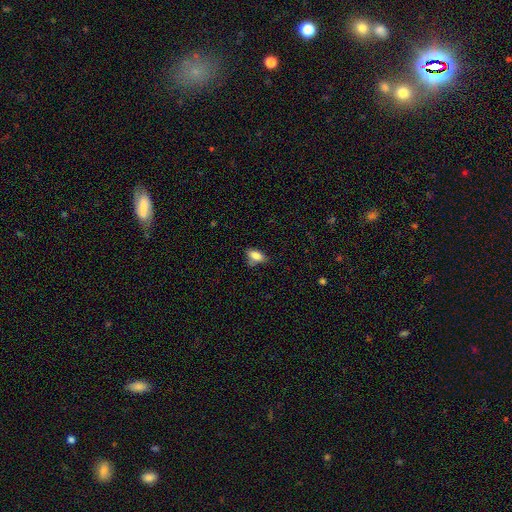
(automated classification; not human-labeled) This is clearly a smooth galaxy (81%). How rounded: clearly in between (86%). Merging: possibly none (59%).